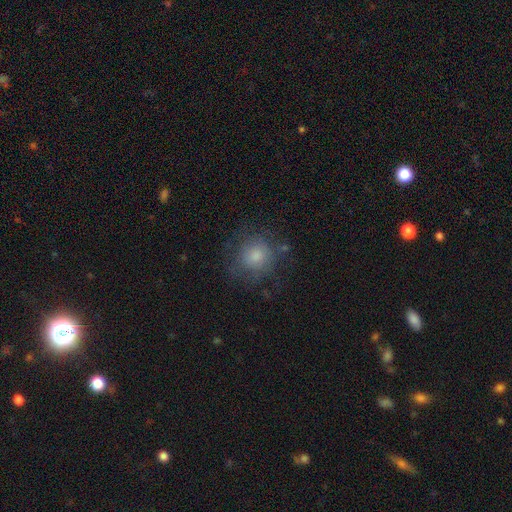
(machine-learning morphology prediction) This is likely a smooth galaxy (66%). How rounded: clearly round (89%). Merging: likely none (75%).